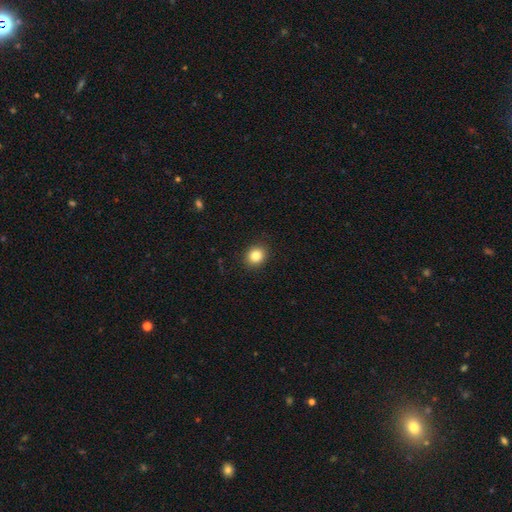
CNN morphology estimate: smooth 84%, star or artifact 11%, featured or disk 6%. Down the decision tree: how rounded — round (74%); merging — none (91%).